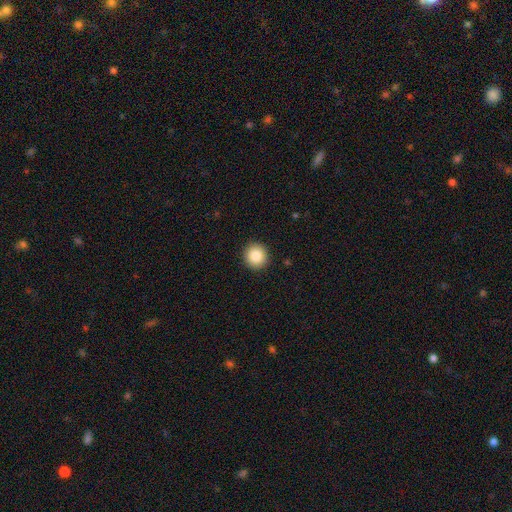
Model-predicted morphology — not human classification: Smooth or featured? Predicted: smooth (p=0.86). How rounded? Predicted: round (p=0.93). Merging? Predicted: none (p=0.92).